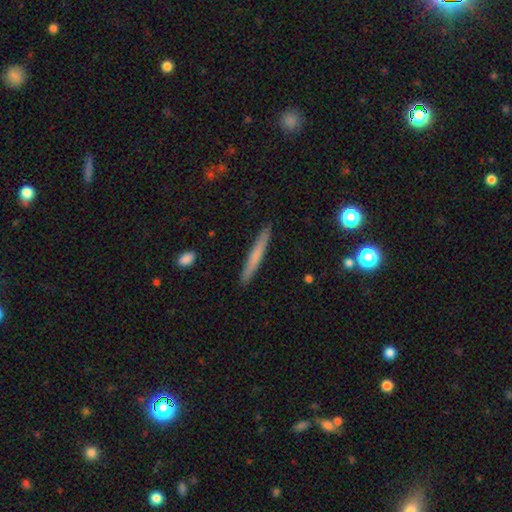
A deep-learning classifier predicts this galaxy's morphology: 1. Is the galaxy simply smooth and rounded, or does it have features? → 65% smooth, 29% featured or disk, 6% star or artifact.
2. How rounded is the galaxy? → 96% cigar-shaped, 2% in between, 1% round.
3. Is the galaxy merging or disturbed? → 91% none, 6% minor disturbance, 1% major disturbance, 1% merger.